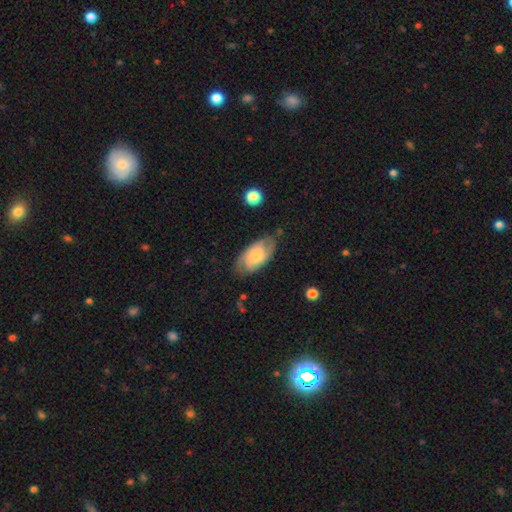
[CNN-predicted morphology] featured or disk 66%, smooth 28%, star or artifact 6%. Down the decision tree: edge-on disk — no (94%); bar — no (62%); spiral arms — yes (92%); spiral arm count — 2 (53%); spiral winding — tight (49%); bulge size — small (52%); merging — none (74%).